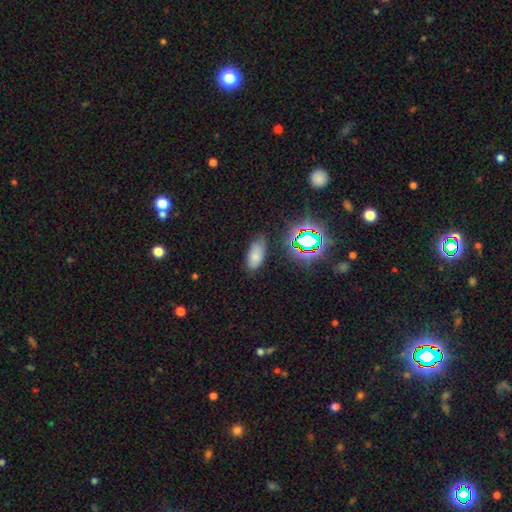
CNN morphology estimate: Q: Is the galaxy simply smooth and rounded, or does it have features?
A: smooth — 67%.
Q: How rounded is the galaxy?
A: in between — 91%.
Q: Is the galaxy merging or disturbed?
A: none — 69%.